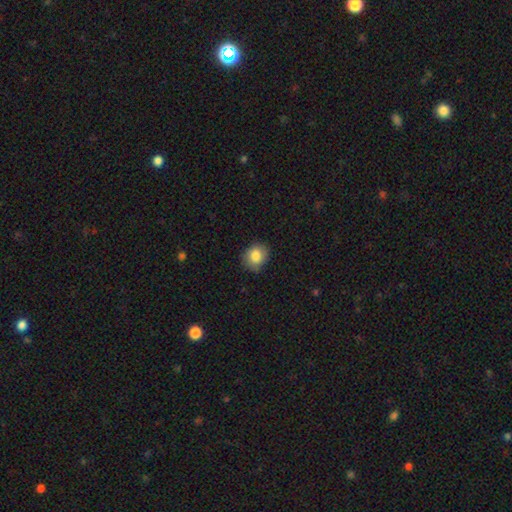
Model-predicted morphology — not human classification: smooth-or-featured: smooth: 84% | star or artifact: 8% | featured or disk: 7%
  how-rounded: round: 65% | in between: 34% | cigar-shaped: 1%
  merging: none: 79% | minor disturbance: 17% | major disturbance: 3% | merger: 1%